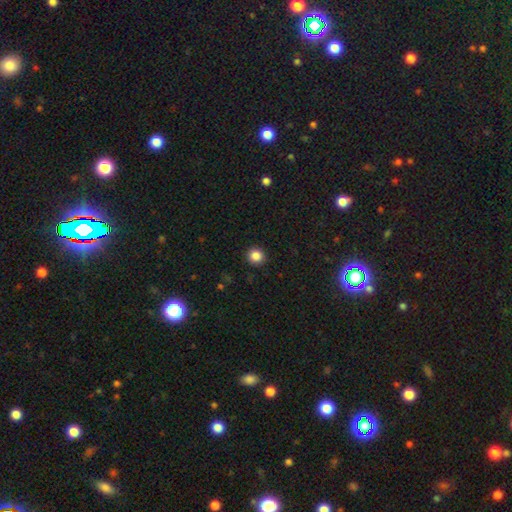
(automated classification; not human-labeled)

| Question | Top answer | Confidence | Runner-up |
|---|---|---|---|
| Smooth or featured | smooth | 86% | star or artifact (11%) |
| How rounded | round | 92% | in between (7%) |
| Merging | none | 92% | minor disturbance (5%) |